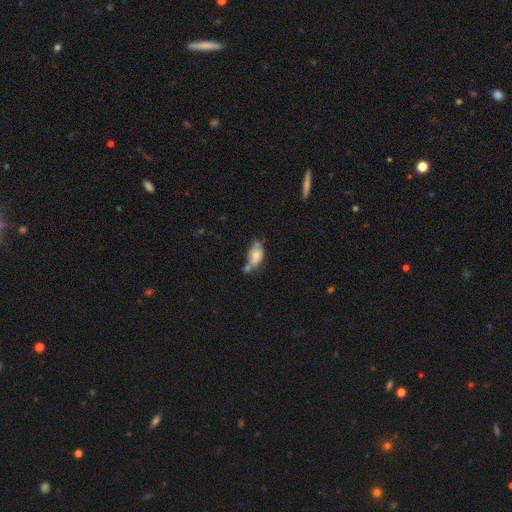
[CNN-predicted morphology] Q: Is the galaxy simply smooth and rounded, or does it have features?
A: smooth — 63%.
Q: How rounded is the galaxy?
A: in between — 88%.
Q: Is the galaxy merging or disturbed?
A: merger — 35%.